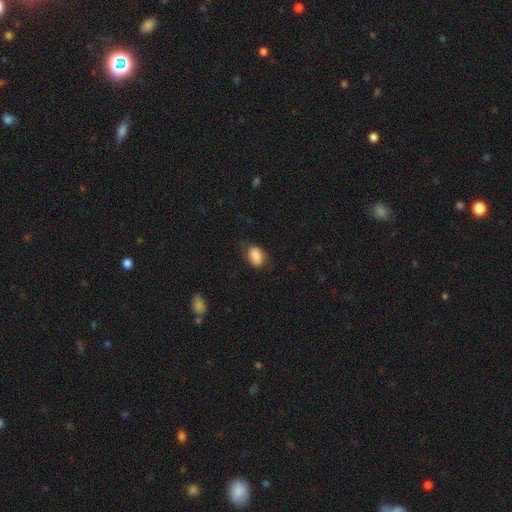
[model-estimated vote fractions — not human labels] Smooth or featured: smooth — 88% (star or artifact — 7%)
How rounded: in between — 84% (round — 14%)
Merging: none — 72% (minor disturbance — 21%)